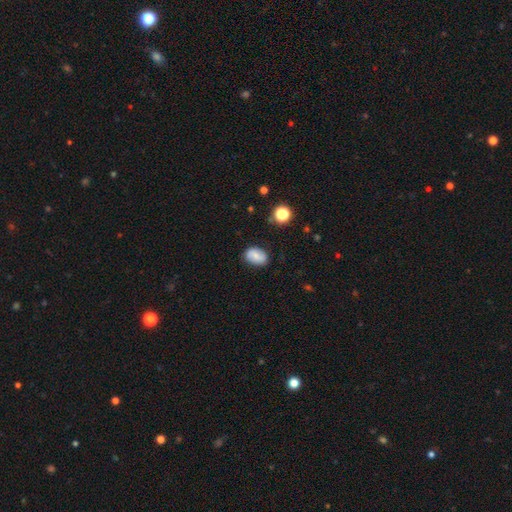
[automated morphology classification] smooth_or_featured: smooth (p=0.66) [alt: featured or disk p=0.25]
how_rounded: in between (p=0.81) [alt: round p=0.18]
merging: none (p=0.79) [alt: minor disturbance p=0.16]